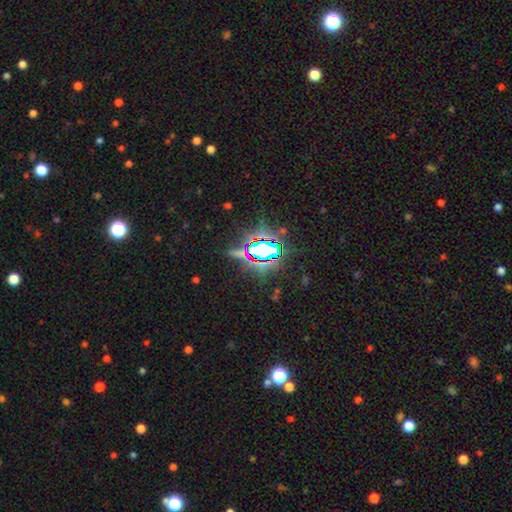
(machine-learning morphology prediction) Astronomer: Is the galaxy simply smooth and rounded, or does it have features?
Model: star or artifact — 76%.